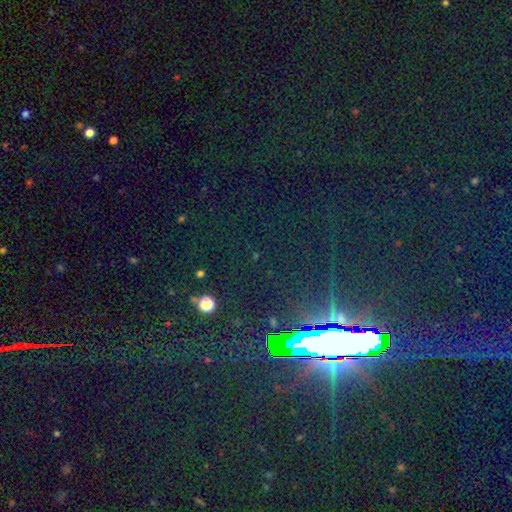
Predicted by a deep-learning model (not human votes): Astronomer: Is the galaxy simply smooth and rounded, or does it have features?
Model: star or artifact — 81%.